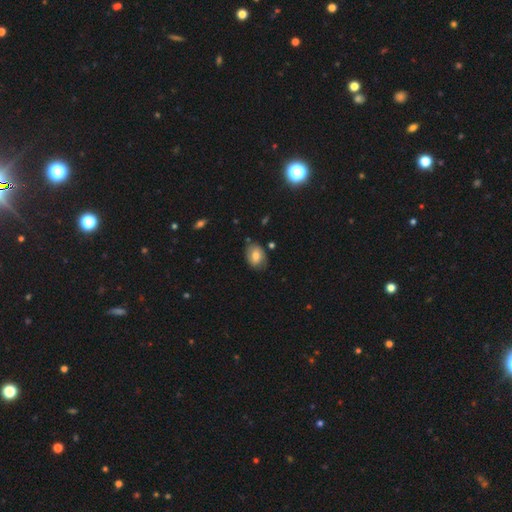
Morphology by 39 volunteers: A smooth galaxy with no disk features (79%) that is in between round and cigar-shaped (81%).

Vote fractions:
- Smooth or featured? smooth: 79% / featured or disk: 15% / star or artifact: 5%
- How rounded? in between: 81% / round: 19% / cigar-shaped: 0%
- Merging? none: 76% / minor disturbance: 22% / merger: 3% / major disturbance: 0%